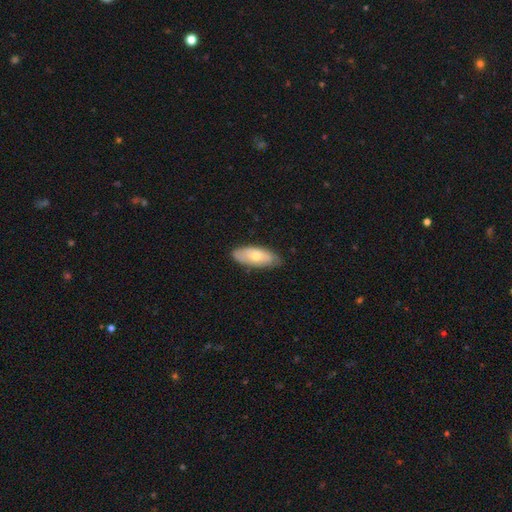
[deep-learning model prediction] Morphology: type=smooth (57%); roundness=in between (81%); merging=none (82%).